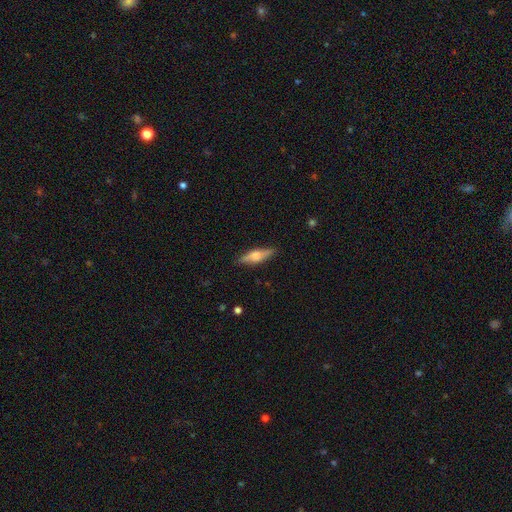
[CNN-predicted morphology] Smooth or featured? Predicted: featured or disk (p=0.48). Merging? Predicted: none (p=0.83).